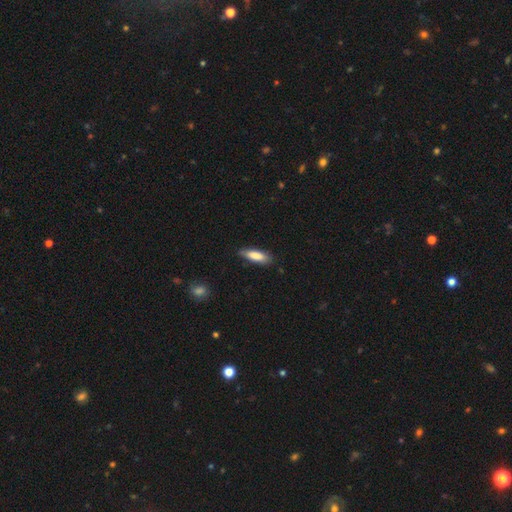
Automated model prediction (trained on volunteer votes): The model was most divided on "how rounded": cigar-shaped: 50%, in between: 48%, round: 2%. More confident: smooth or featured — smooth (83%); merging — none (79%).